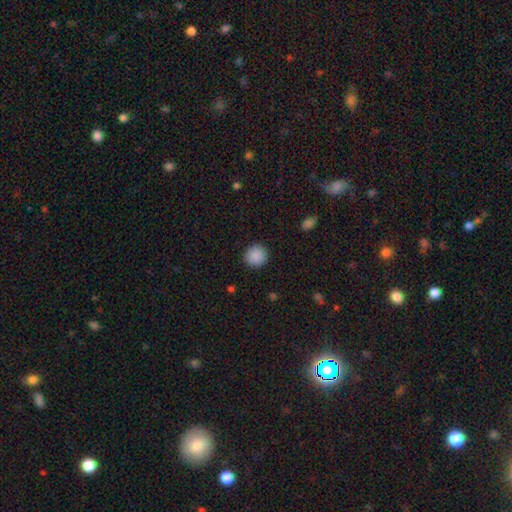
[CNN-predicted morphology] A smooth galaxy with no disk features (90%) that is round (92%). Merging: none (92%).